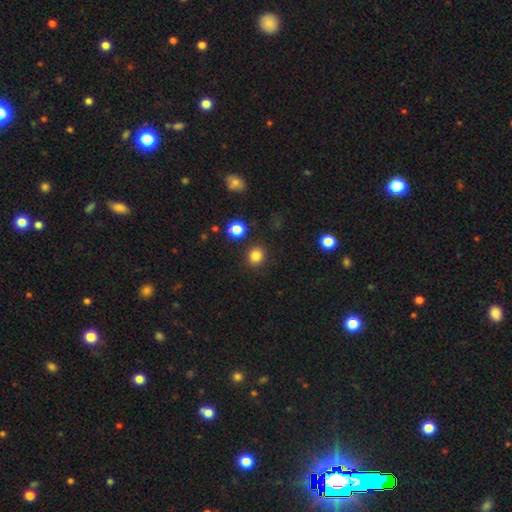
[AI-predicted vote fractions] This appears to be a smooth galaxy with no disk features (83%) that is round (81%). Merging: none (88%).